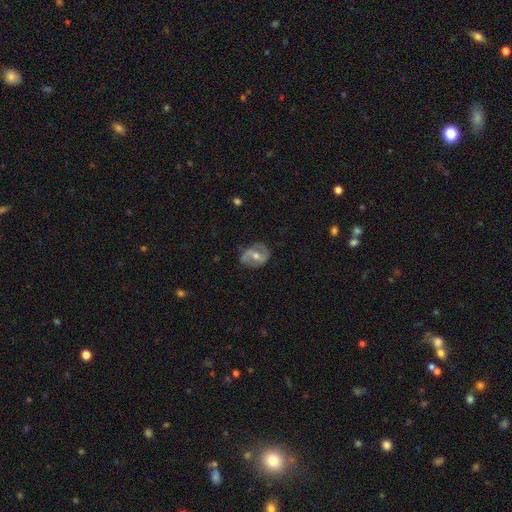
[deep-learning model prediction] This is likely a featured or disk galaxy (69%). It is clearly not viewed edge-on (96%). Bar: marginally weak (41%). Spiral arm pattern: likely yes (75%). Central bulge: likely moderate (66%). Merging: likely none (72%).